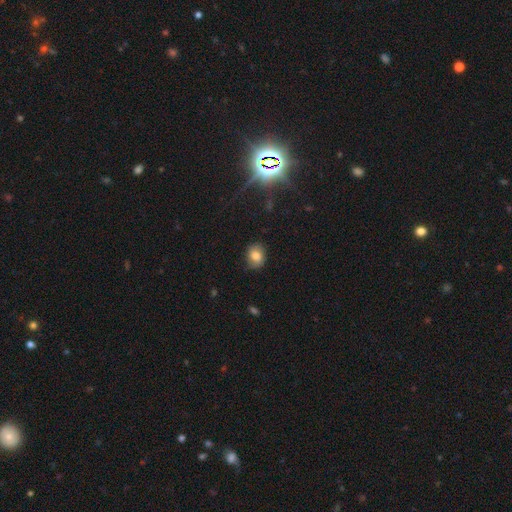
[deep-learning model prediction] smooth-or-featured: smooth: 75% | featured or disk: 16% | star or artifact: 10%
  how-rounded: round: 51% | in between: 48% | cigar-shaped: 1%
  merging: none: 71% | minor disturbance: 22% | major disturbance: 6% | merger: 1%